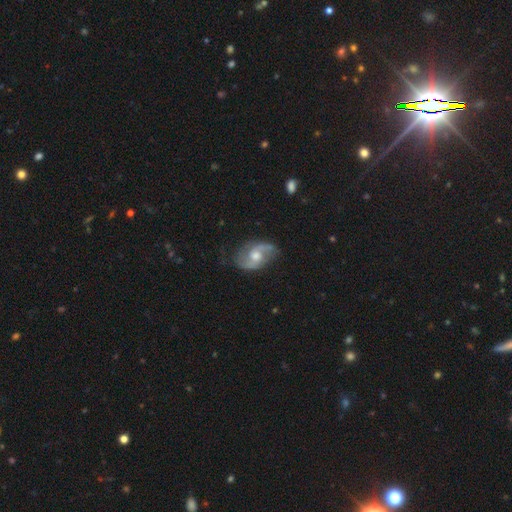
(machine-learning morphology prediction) A featured or disk galaxy (82%) with no bar (53%), 2 (90%) medium (47%) spiral arms (94%) and a moderate central bulge (69%). Merging: none (73%).